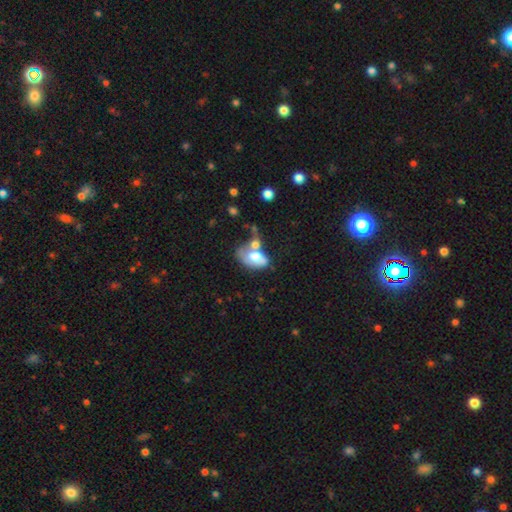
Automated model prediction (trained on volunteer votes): Overall: smooth (51%; featured or disk 41%). How rounded: in between (87%). Merging: merger (48%; major disturbance 20%).